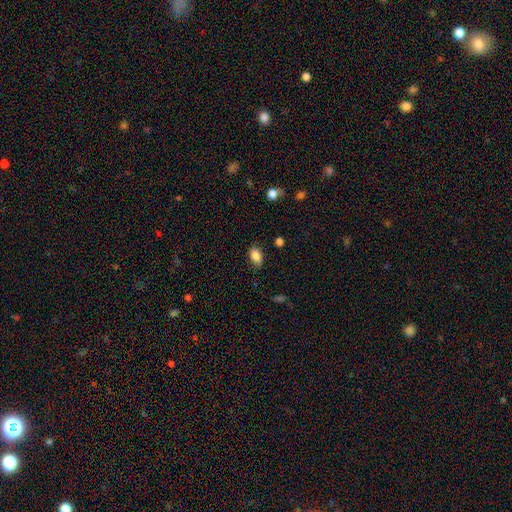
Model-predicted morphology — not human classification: Smooth or featured? smooth (86%)
How rounded? in between (89%)
Merging? none (75%)